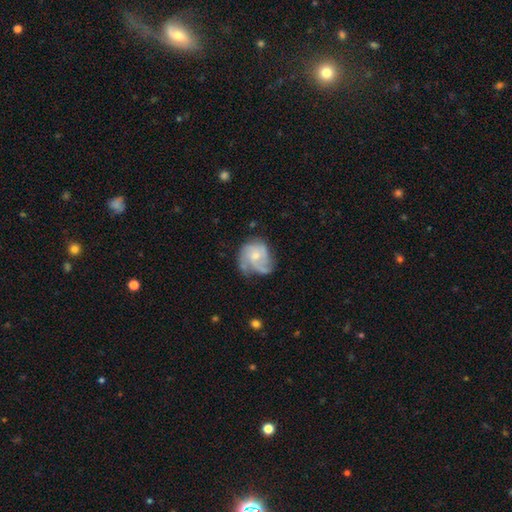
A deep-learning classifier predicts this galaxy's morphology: A featured or disk galaxy (71%) with no bar (76%), 3 (44%) medium (42%) spiral arms (89%) and a small central bulge (54%).

Vote fractions:
- Smooth or featured? featured or disk: 71% / smooth: 23% / star or artifact: 7%
- Edge-on disk? no: 98% / yes: 2%
- Bar? no: 76% / weak: 21% / strong: 3%
- Spiral arms? yes: 89% / no: 11%
- Spiral winding? medium: 42% / tight: 39% / loose: 18%
- Spiral arm count? 3: 44% / can't tell: 20% / 2: 13% / 4: 13% / 1: 5% / more than 4: 4%
- Bulge size? small: 54% / moderate: 40% / none: 3% / large: 2% / dominant: 1%
- Merging? none: 50% / minor disturbance: 29% / major disturbance: 18% / merger: 3%